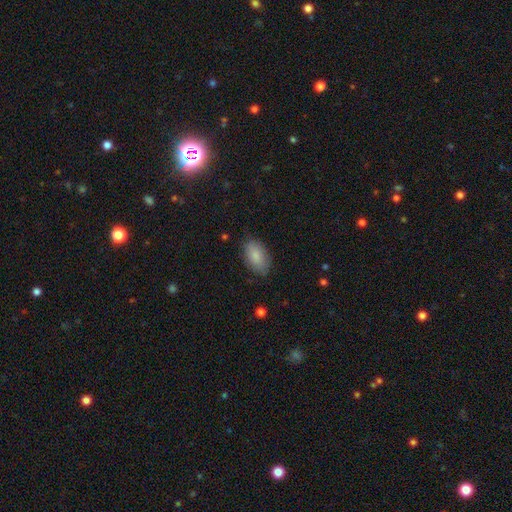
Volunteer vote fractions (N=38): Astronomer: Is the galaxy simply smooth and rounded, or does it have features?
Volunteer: smooth — 89%.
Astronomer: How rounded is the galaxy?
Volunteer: in between — 97%.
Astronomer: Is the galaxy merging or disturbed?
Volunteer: none — 86%.